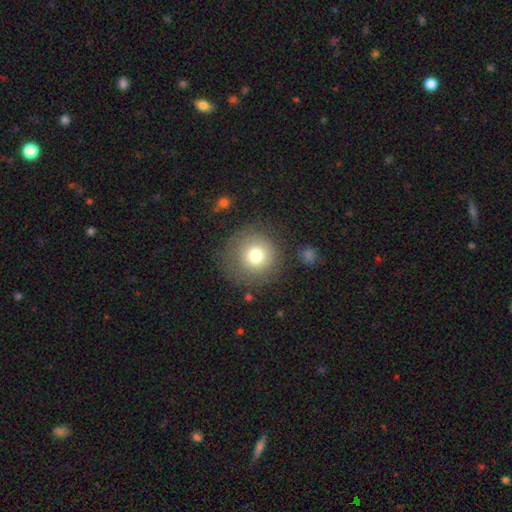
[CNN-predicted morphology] Smooth or featured? Predicted: smooth (p=0.75). How rounded? Predicted: round (p=0.94). Merging? Predicted: none (p=0.77).